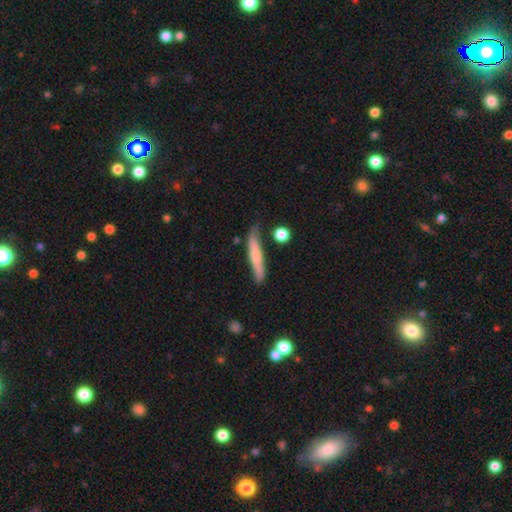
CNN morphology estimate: Smooth or featured: smooth — 62% (featured or disk — 32%)
How rounded: cigar-shaped — 92% (in between — 6%)
Merging: none — 72% (minor disturbance — 20%)